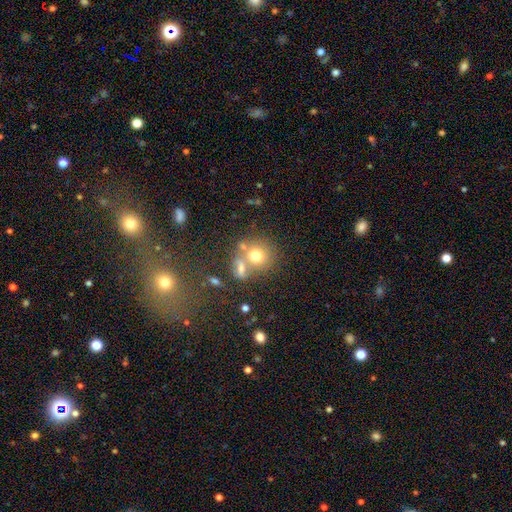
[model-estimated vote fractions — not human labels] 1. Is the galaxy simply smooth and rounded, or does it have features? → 71% smooth, 16% featured or disk, 13% star or artifact.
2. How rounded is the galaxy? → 80% round, 19% in between, 1% cigar-shaped.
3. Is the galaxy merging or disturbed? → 49% none, 35% merger, 10% minor disturbance, 6% major disturbance.